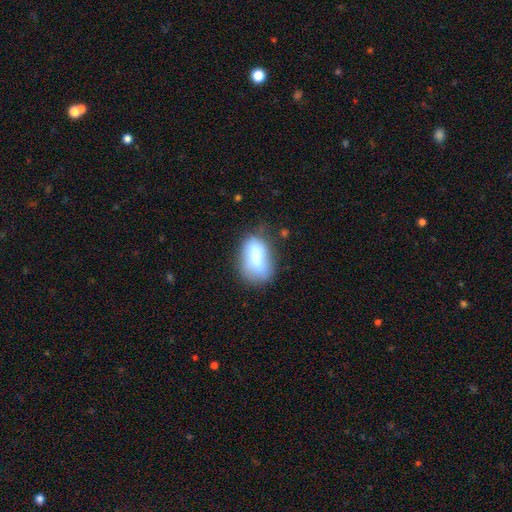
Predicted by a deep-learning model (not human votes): A smooth galaxy with no disk features (70%) that is in between round and cigar-shaped (86%). Merging: none (50%).